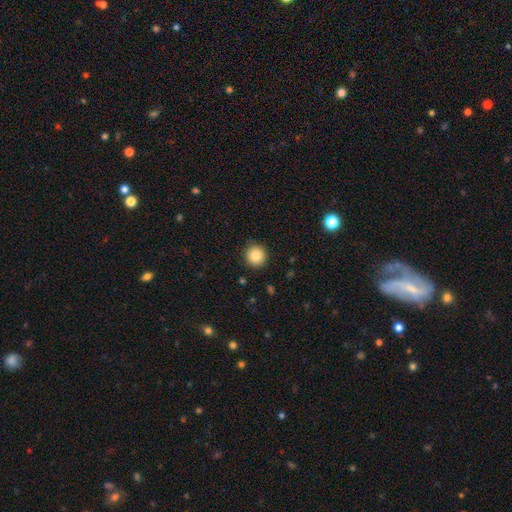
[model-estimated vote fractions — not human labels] Smooth or featured? Predicted: smooth (p=0.85). How rounded? Predicted: round (p=0.93). Merging? Predicted: none (p=0.89).